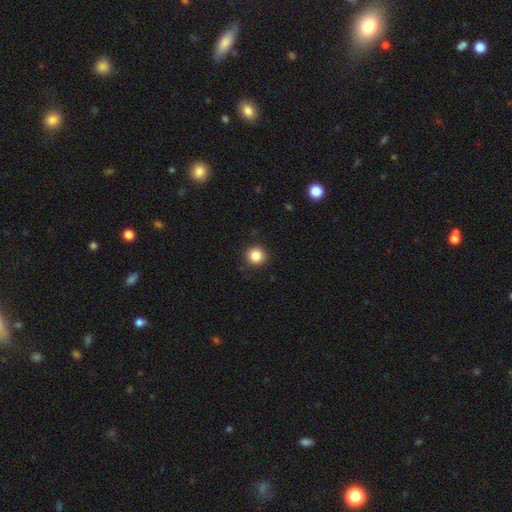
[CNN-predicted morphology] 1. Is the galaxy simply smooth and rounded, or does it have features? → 86% smooth, 11% star or artifact, 4% featured or disk.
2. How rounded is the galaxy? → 95% round, 4% in between, 1% cigar-shaped.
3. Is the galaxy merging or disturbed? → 92% none, 5% minor disturbance, 2% major disturbance, 1% merger.